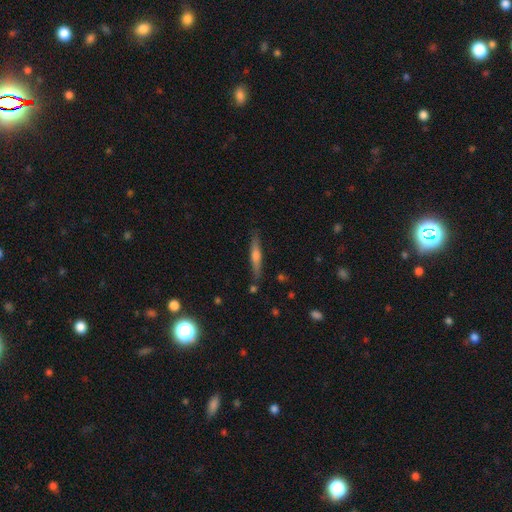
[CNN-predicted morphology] Overall: featured or disk (49%; smooth 45%). Merging: none (84%).